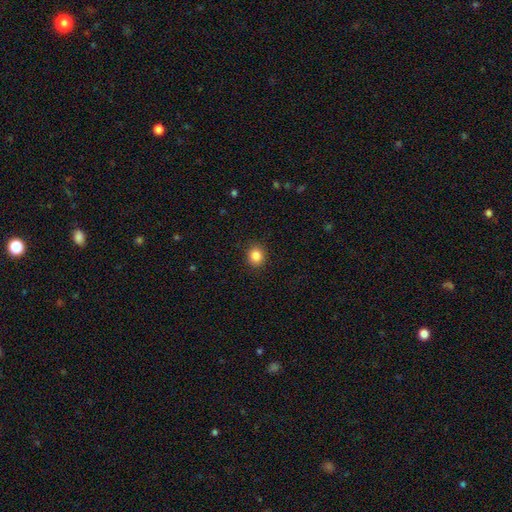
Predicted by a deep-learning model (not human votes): This is clearly a smooth galaxy (85%). How rounded: clearly round (81%). Merging: clearly none (91%).